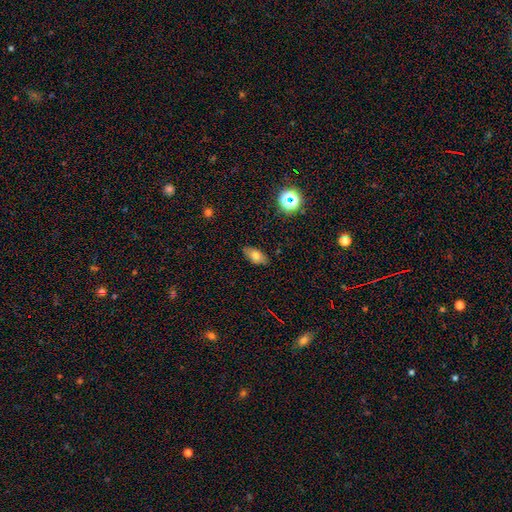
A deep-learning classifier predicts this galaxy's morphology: smooth 71%, featured or disk 17%, star or artifact 12%. Down the decision tree: how rounded — in between (88%); merging — none (84%).